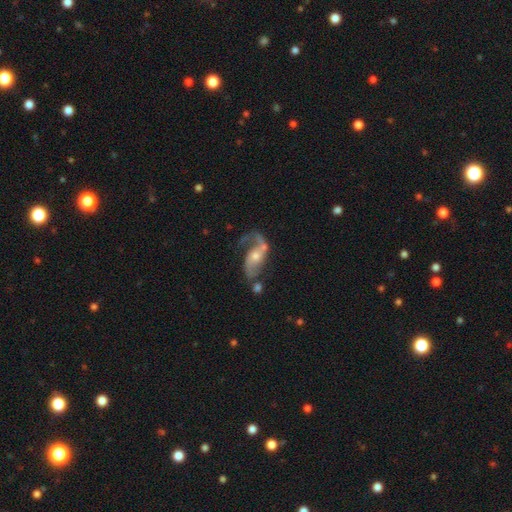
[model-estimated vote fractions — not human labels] smooth_or_featured: featured or disk (p=0.84) [alt: smooth p=0.10]
disk_edge_on: no (p=0.96) [alt: yes p=0.04]
bar: no (p=0.56) [alt: weak p=0.33]
has_spiral_arms: yes (p=0.93) [alt: no p=0.07]
spiral_winding: loose (p=0.66) [alt: medium p=0.27]
spiral_arm_count: 2 (p=0.80) [alt: 1 p=0.14]
bulge_size: moderate (p=0.51) [alt: small p=0.41]
merging: none (p=0.49) [alt: major disturbance p=0.21]